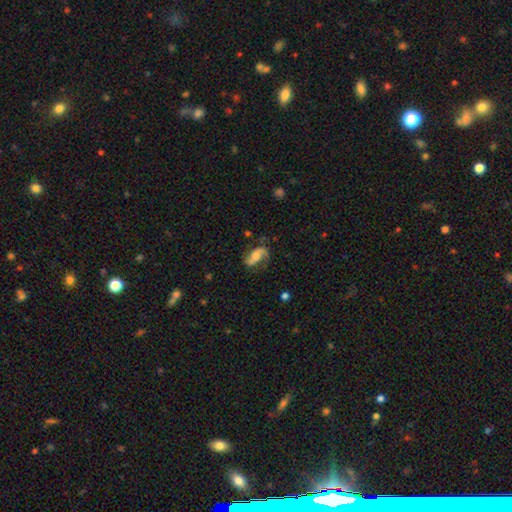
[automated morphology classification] A featured or disk galaxy (74%) with no bar (49%), 2 (85%) loose (52%) spiral arms (93%) and a moderate central bulge (48%).

Vote fractions:
- Smooth or featured? featured or disk: 74% / smooth: 19% / star or artifact: 7%
- Edge-on disk? no: 96% / yes: 4%
- Bar? no: 49% / weak: 33% / strong: 17%
- Spiral arms? yes: 93% / no: 7%
- Spiral winding? loose: 52% / medium: 36% / tight: 12%
- Spiral arm count? 2: 85% / 1: 8% / can't tell: 4% / 3: 1% / 4: 1% / more than 4: 1%
- Bulge size? moderate: 48% / small: 32% / large: 10% / none: 7% / dominant: 2%
- Merging? none: 64% / minor disturbance: 20% / major disturbance: 14% / merger: 3%